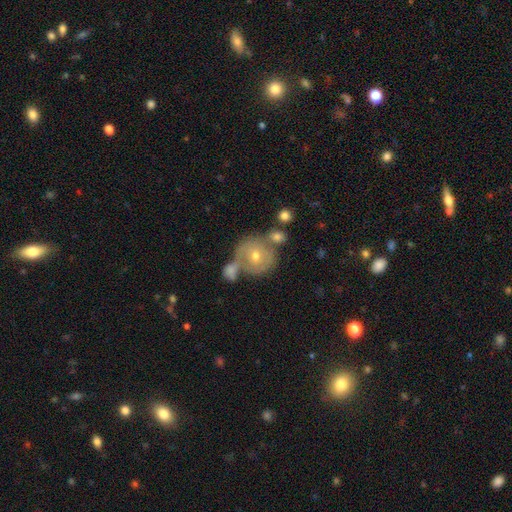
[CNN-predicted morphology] featured or disk 51%, smooth 38%, star or artifact 11%. Down the decision tree: edge-on disk — no (96%); merging — none (49%).